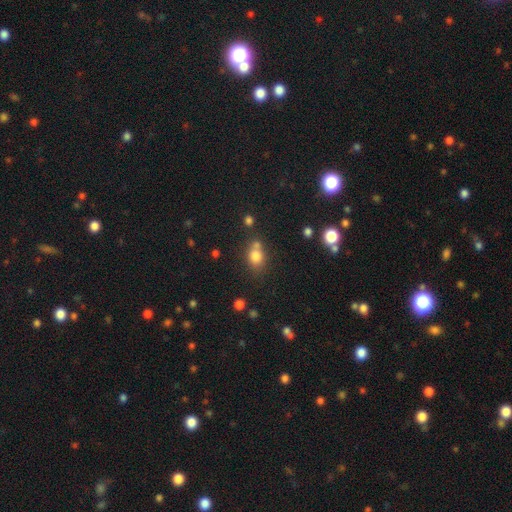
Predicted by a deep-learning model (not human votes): Overall: smooth (78%). How rounded: round (52%; in between 46%). Merging: none (51%; merger 28%).